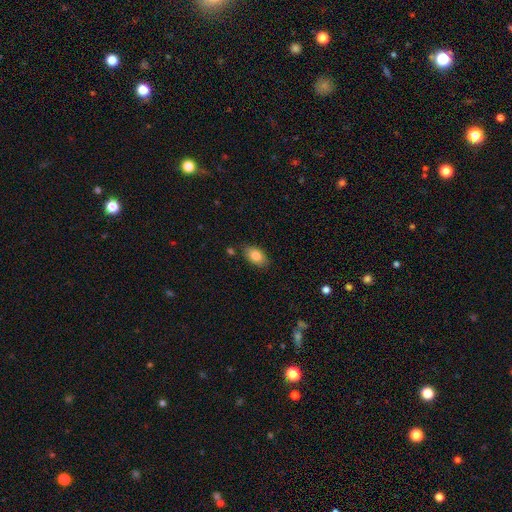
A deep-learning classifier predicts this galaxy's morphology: A smooth galaxy with no disk features (82%) that is in between round and cigar-shaped (91%).

Vote fractions:
- Smooth or featured? smooth: 82% / featured or disk: 11% / star or artifact: 7%
- How rounded? in between: 91% / round: 7% / cigar-shaped: 2%
- Merging? none: 83% / minor disturbance: 12% / merger: 3% / major disturbance: 2%